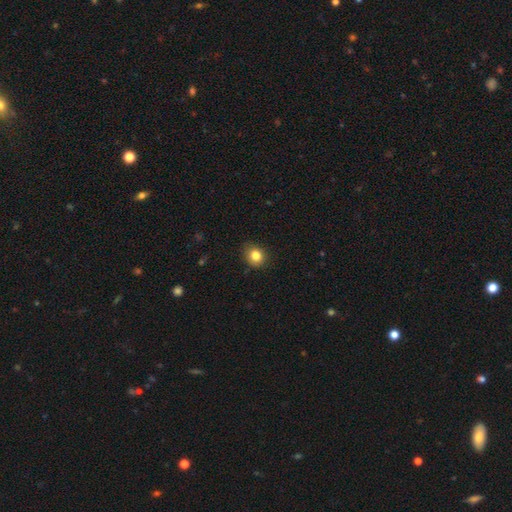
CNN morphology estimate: Smooth or featured?
  - smooth: 83% *
  - star or artifact: 11%
  - featured or disk: 6%
How rounded?
  - round: 71% *
  - in between: 28%
  - cigar-shaped: 1%
Merging?
  - none: 85% *
  - minor disturbance: 12%
  - major disturbance: 2%
  - merger: 1%